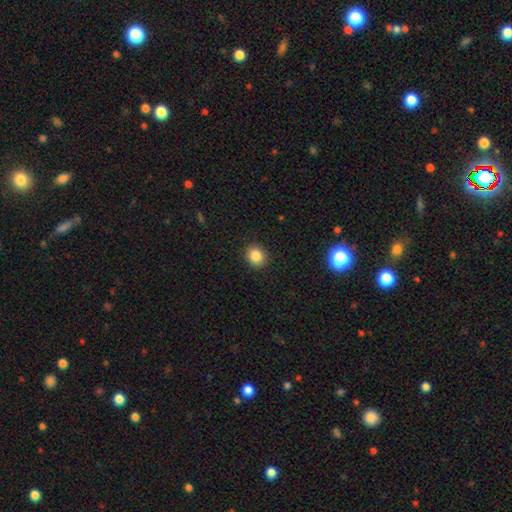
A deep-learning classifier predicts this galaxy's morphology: This appears to be a smooth galaxy with no disk features (84%) that is round (79%). Merging: none (91%).